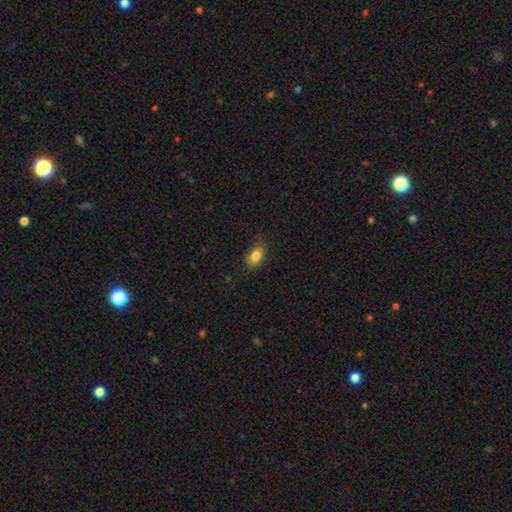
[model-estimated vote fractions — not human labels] smooth-or-featured: smooth: 83% | star or artifact: 9% | featured or disk: 8%
  how-rounded: in between: 85% | round: 12% | cigar-shaped: 2%
  merging: none: 69% | minor disturbance: 24% | major disturbance: 5% | merger: 1%